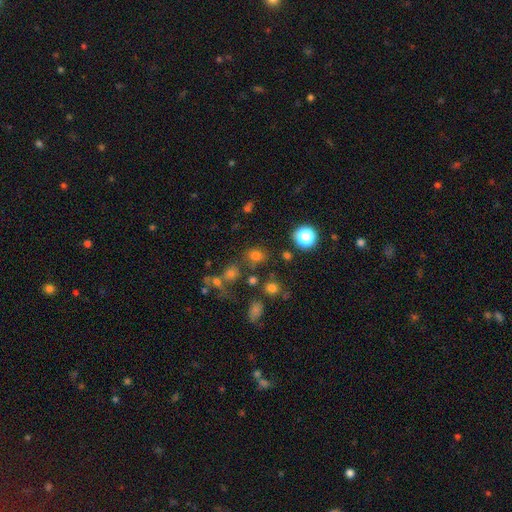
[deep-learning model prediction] The model was most divided on "how rounded": round: 64%, in between: 35%, cigar-shaped: 1%. More confident: merging — none (72%); smooth or featured — smooth (70%).